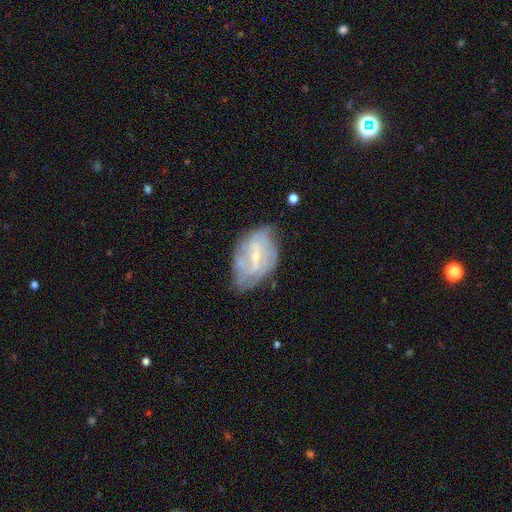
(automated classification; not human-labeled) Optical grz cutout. It shows a featured or disk galaxy (76%) with a weak bar (52%), tight (45%) spiral arms (82%) and a small central bulge (71%). Merging: none (57%).